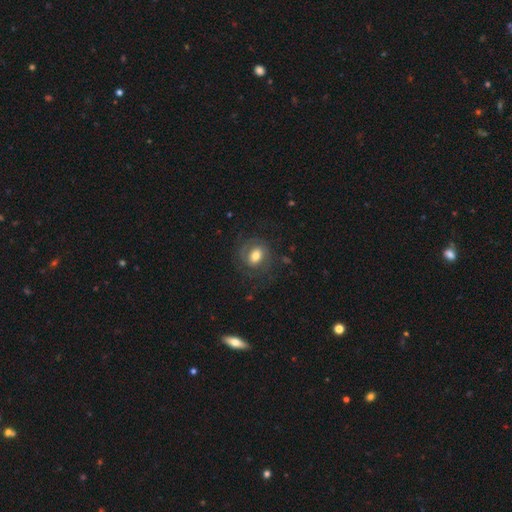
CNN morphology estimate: featured or disk 52%, smooth 40%, star or artifact 8%. Down the decision tree: edge-on disk — no (96%); bar — no (45%); spiral arms — yes (74%); bulge size — moderate (63%); merging — none (66%).